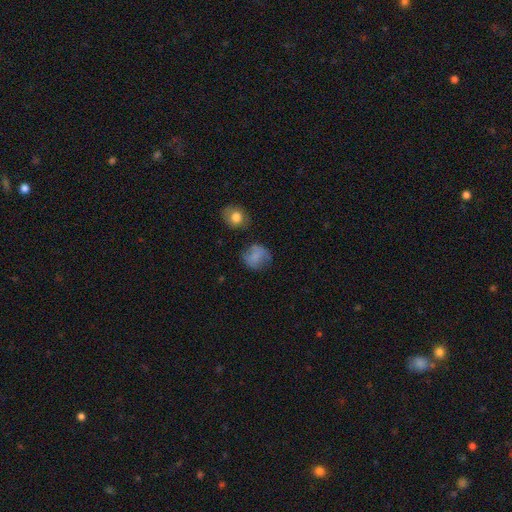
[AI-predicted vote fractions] A smooth galaxy with no disk features (71%) that is round (74%).

Vote fractions:
- Smooth or featured? smooth: 71% / featured or disk: 18% / star or artifact: 11%
- How rounded? round: 74% / in between: 25% / cigar-shaped: 1%
- Merging? none: 63% / minor disturbance: 23% / major disturbance: 10% / merger: 4%